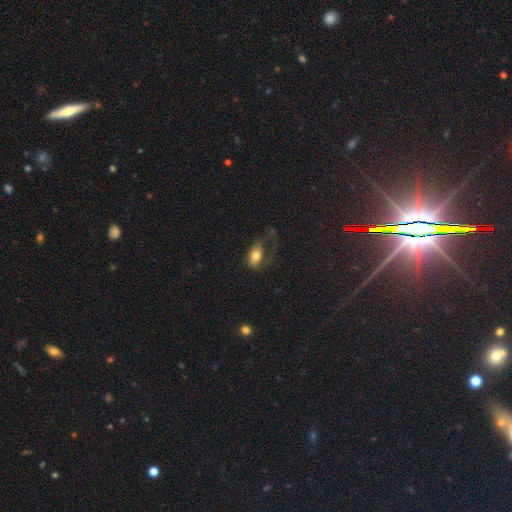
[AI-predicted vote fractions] The model was most divided on "merging": major disturbance: 46%, none: 28%, minor disturbance: 23%, merger: 3%. More confident: how rounded — in between (87%); smooth or featured — smooth (72%).